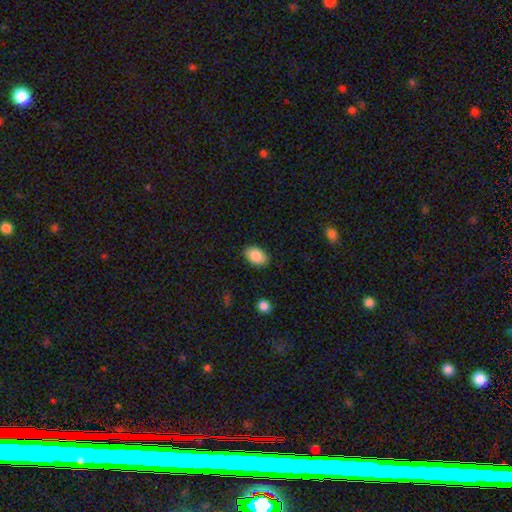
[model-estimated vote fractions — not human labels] smooth_or_featured: smooth (p=0.88) [alt: star or artifact p=0.07]
how_rounded: in between (p=0.88) [alt: round p=0.11]
merging: none (p=0.86) [alt: minor disturbance p=0.10]